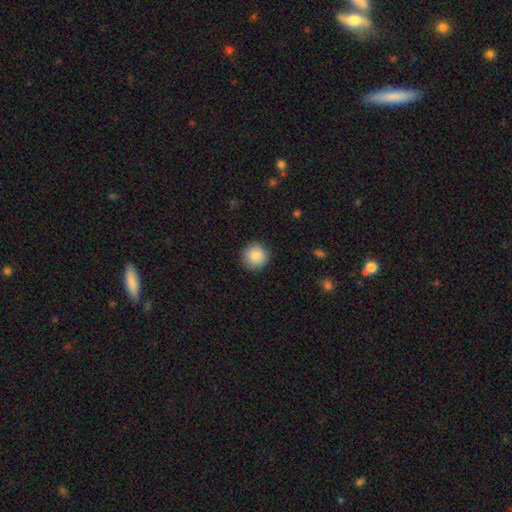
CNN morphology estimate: Smooth or featured?
  - smooth: 87% *
  - star or artifact: 8%
  - featured or disk: 5%
How rounded?
  - round: 95% *
  - in between: 4%
  - cigar-shaped: 1%
Merging?
  - none: 91% *
  - minor disturbance: 6%
  - major disturbance: 2%
  - merger: 1%